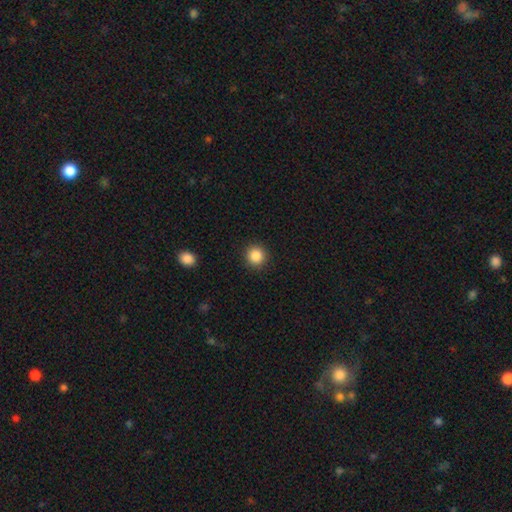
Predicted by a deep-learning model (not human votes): smooth 87%, star or artifact 10%, featured or disk 3%. Down the decision tree: how rounded — round (94%); merging — none (92%).